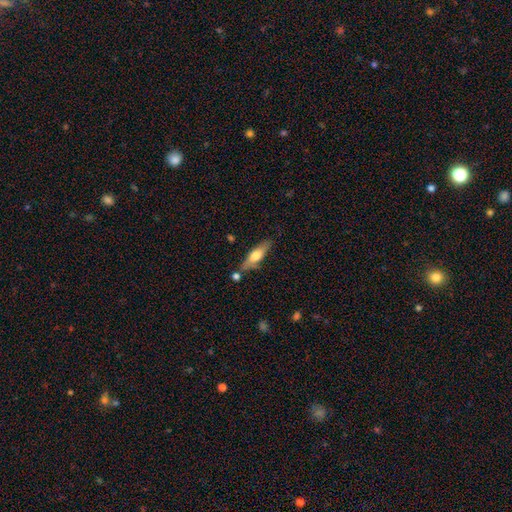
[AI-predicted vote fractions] A smooth galaxy with no disk features (58%) that is cigar-shaped (56%).

Vote fractions:
- Smooth or featured? smooth: 58% / featured or disk: 36% / star or artifact: 6%
- How rounded? cigar-shaped: 56% / in between: 42% / round: 2%
- Merging? none: 68% / minor disturbance: 18% / merger: 10% / major disturbance: 4%